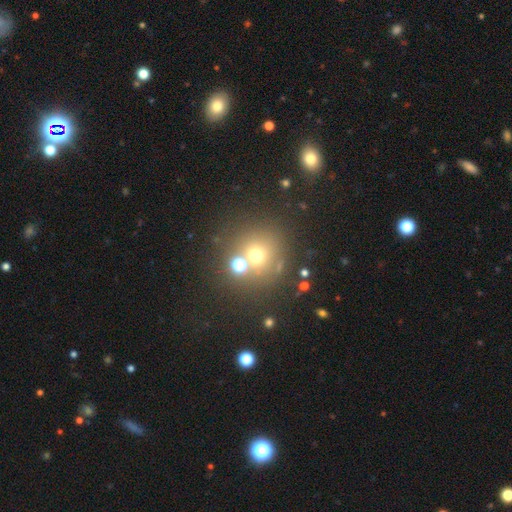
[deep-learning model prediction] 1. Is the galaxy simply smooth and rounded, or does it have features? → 61% smooth, 26% star or artifact, 13% featured or disk.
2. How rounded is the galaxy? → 91% round, 8% in between, 1% cigar-shaped.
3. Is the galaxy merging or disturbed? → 66% none, 20% merger, 9% minor disturbance, 5% major disturbance.